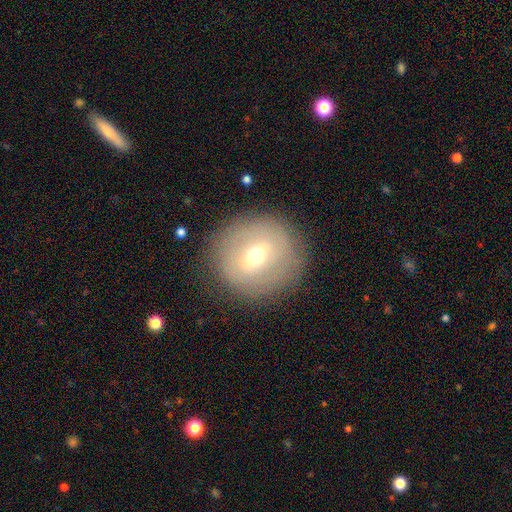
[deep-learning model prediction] A featured or disk galaxy (49%). Merging: none (84%).